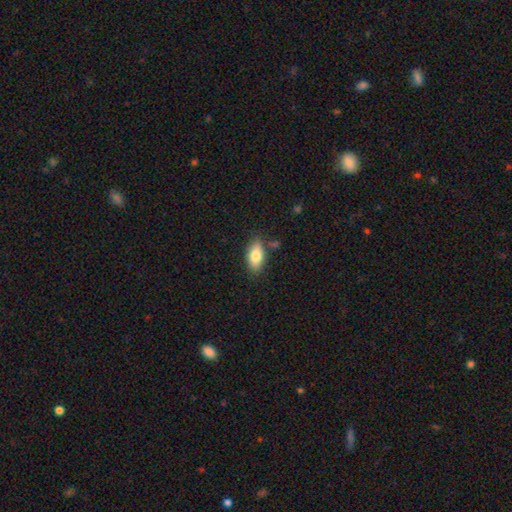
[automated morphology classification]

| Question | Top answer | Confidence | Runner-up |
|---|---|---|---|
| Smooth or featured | smooth | 80% | featured or disk (13%) |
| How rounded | in between | 89% | cigar-shaped (8%) |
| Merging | none | 80% | minor disturbance (13%) |